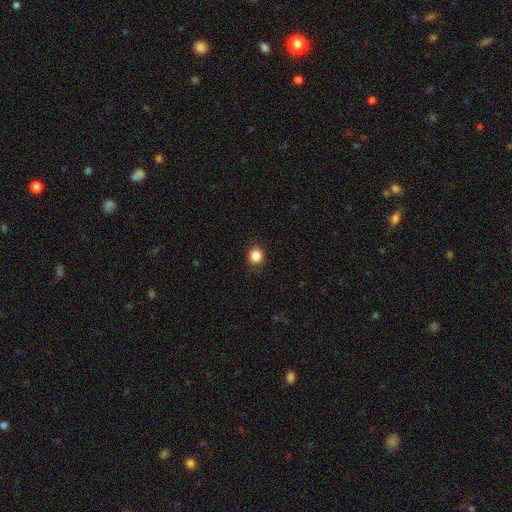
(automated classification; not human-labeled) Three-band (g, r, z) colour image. It shows a smooth galaxy with no disk features (87%) that is round (86%). Merging: none (90%).